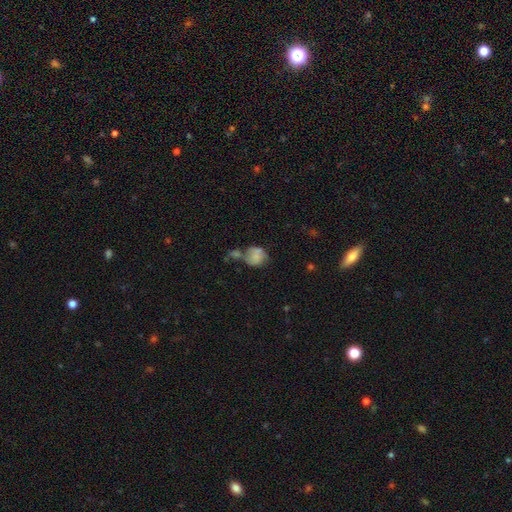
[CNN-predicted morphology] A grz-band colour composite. It shows a smooth galaxy with no disk features (71%) that is round (65%). Merging: merger (37%).